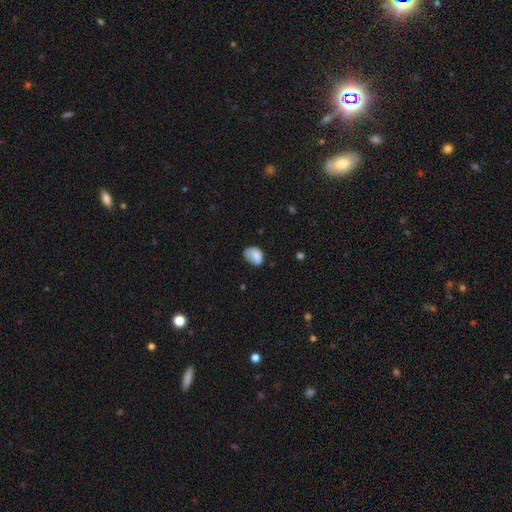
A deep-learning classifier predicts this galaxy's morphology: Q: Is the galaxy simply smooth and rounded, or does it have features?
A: smooth — 80%.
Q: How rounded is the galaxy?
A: in between — 69%.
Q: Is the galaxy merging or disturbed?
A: none — 49%.